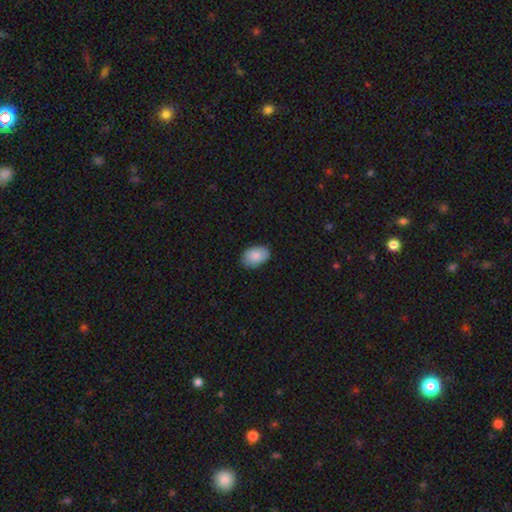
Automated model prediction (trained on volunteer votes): A smooth galaxy with no disk features (87%) that is in between round and cigar-shaped (88%). Merging: none (85%).